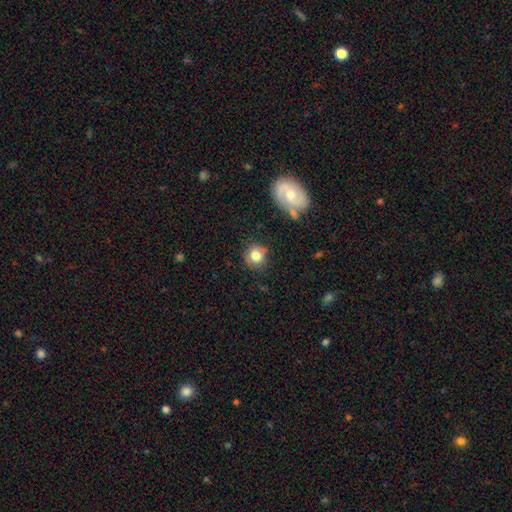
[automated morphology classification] Smooth or featured?
  - smooth: 77% *
  - featured or disk: 13%
  - star or artifact: 10%
How rounded?
  - round: 86% *
  - in between: 13%
  - cigar-shaped: 1%
Merging?
  - none: 75% *
  - minor disturbance: 16%
  - merger: 5%
  - major disturbance: 5%